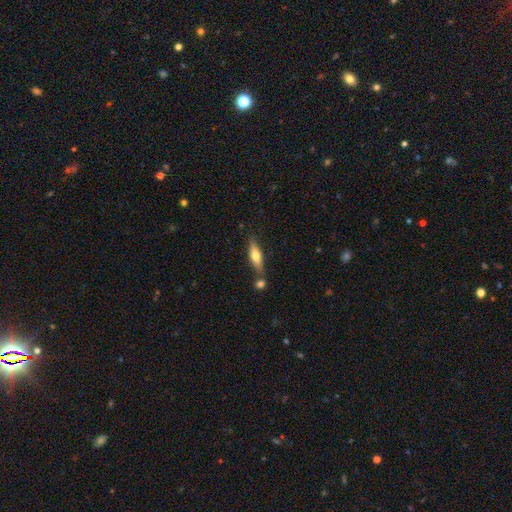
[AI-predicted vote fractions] Smooth or featured?
  - smooth: 55% *
  - featured or disk: 39%
  - star or artifact: 6%
How rounded?
  - cigar-shaped: 63% *
  - in between: 35%
  - round: 2%
Merging?
  - none: 71% *
  - minor disturbance: 14%
  - merger: 12%
  - major disturbance: 3%